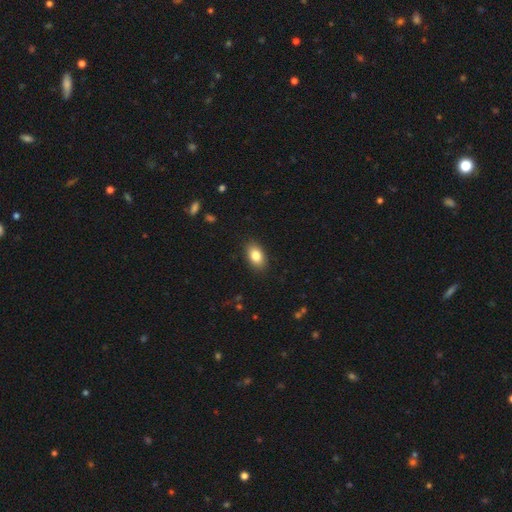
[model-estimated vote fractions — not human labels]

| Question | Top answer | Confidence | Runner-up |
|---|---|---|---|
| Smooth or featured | smooth | 84% | star or artifact (8%) |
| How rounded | in between | 90% | round (8%) |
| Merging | none | 88% | minor disturbance (9%) |